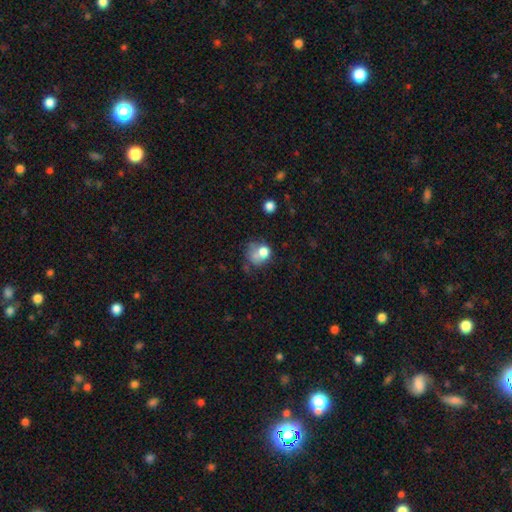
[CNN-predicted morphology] Overall: smooth (66%). How rounded: round (63%; in between 36%). Merging: none (33%; major disturbance 29%).